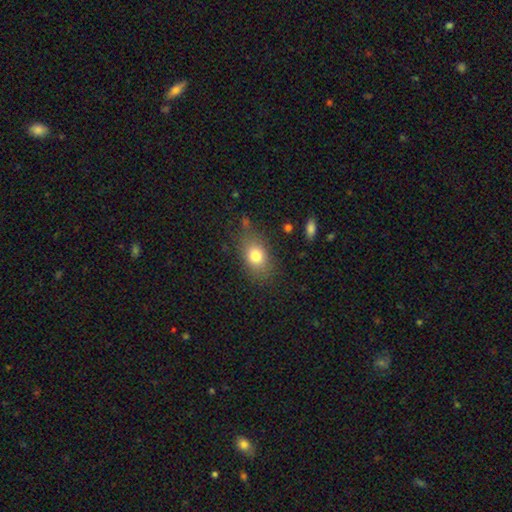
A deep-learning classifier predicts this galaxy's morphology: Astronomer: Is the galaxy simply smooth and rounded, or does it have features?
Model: smooth — 79%.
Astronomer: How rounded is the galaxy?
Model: in between — 72%.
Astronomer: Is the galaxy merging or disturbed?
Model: none — 74%.